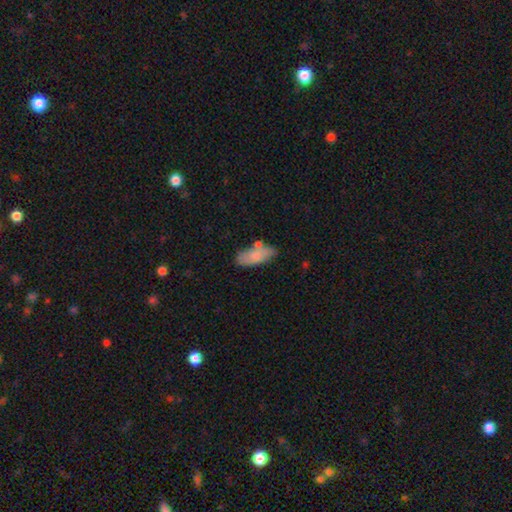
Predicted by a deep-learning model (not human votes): Smooth or featured? Predicted: smooth (p=0.78). How rounded? Predicted: in between (p=0.83). Merging? Predicted: none (p=0.66).